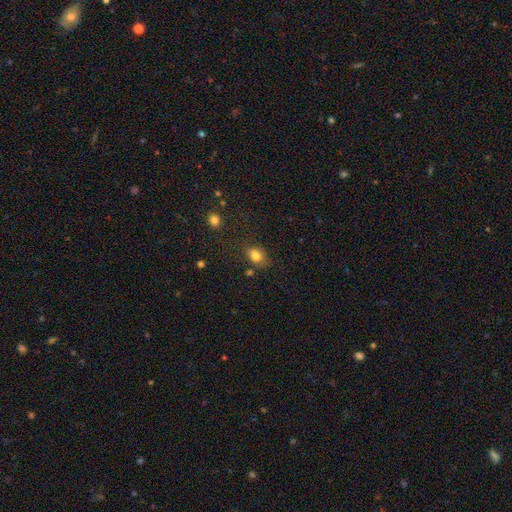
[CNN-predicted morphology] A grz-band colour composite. It shows a smooth galaxy with no disk features (81%) that is in between round and cigar-shaped (69%). Merging: none (73%).